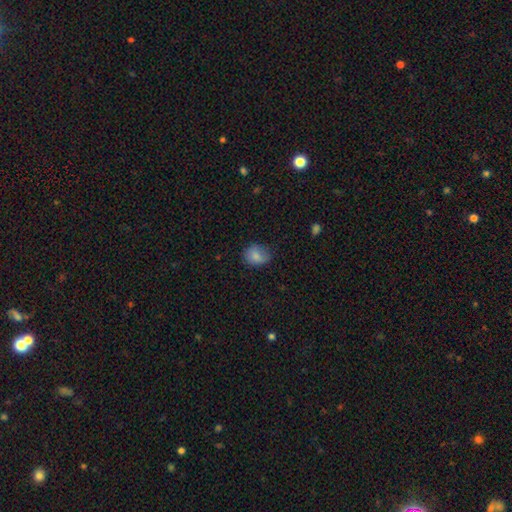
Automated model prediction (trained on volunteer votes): This is clearly a smooth galaxy (83%). How rounded: possibly round (50%). Merging: likely none (68%).